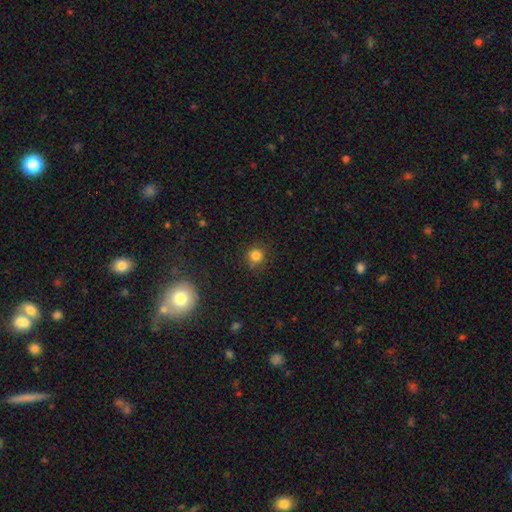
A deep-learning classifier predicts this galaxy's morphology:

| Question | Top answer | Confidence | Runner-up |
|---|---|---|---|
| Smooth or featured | smooth | 81% | star or artifact (14%) |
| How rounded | round | 90% | in between (9%) |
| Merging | none | 82% | minor disturbance (13%) |